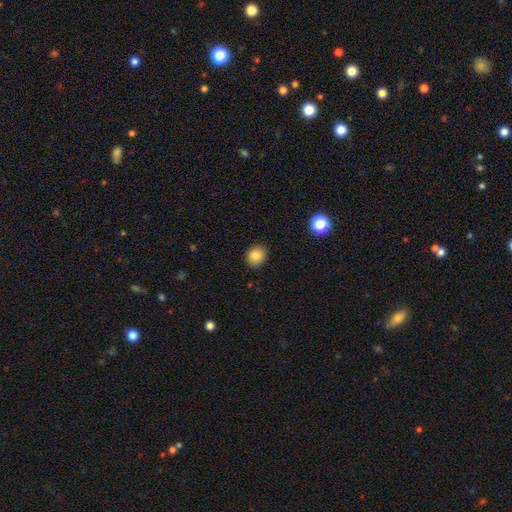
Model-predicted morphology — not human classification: Smooth or featured? smooth (84%)
How rounded? round (70%)
Merging? none (89%)